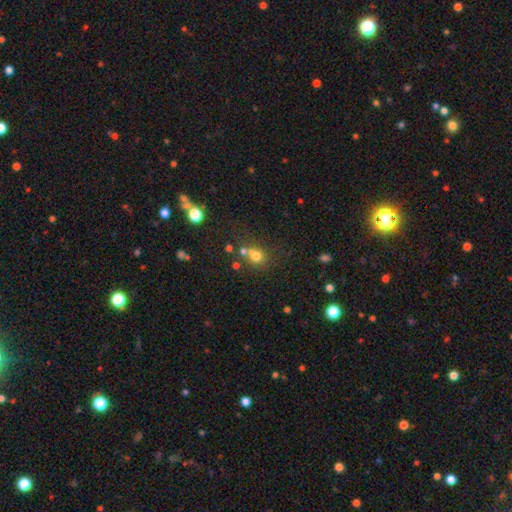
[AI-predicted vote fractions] smooth-or-featured: smooth: 68% | star or artifact: 19% | featured or disk: 13%
  how-rounded: round: 76% | in between: 23% | cigar-shaped: 1%
  merging: none: 44% | merger: 38% | minor disturbance: 11% | major disturbance: 7%